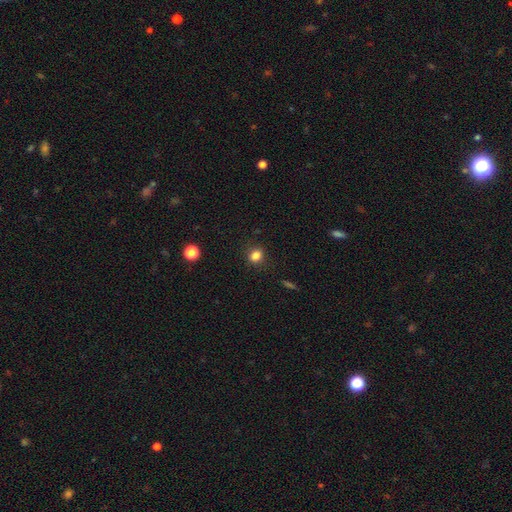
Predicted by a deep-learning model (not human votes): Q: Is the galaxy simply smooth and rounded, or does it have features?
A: smooth — 83%.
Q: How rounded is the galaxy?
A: round — 69%.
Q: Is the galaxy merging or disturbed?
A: none — 87%.